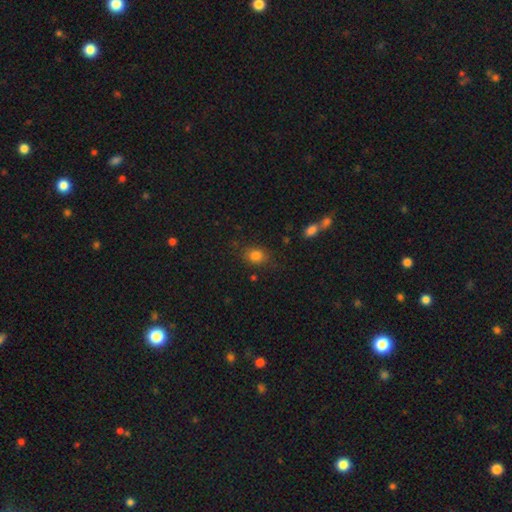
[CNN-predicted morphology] type=smooth (81%); roundness=in between (52%); merging=none (79%).